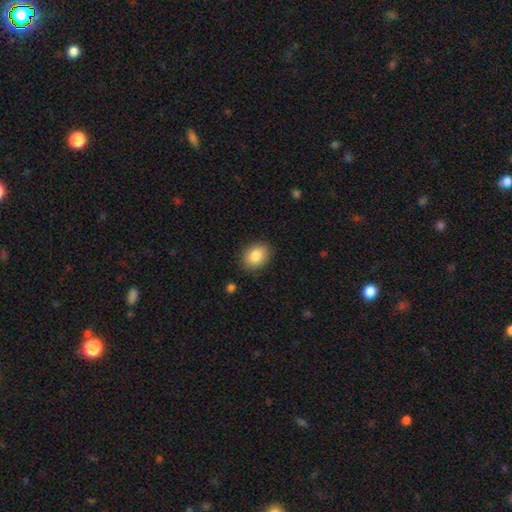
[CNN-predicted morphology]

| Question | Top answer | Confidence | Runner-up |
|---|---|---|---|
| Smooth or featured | smooth | 85% | star or artifact (8%) |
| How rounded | in between | 63% | round (36%) |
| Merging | none | 87% | minor disturbance (9%) |